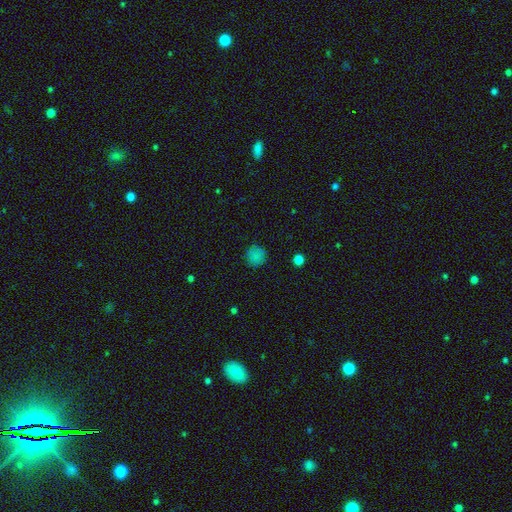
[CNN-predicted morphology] The model was most divided on "smooth or featured": smooth: 82%, star or artifact: 14%, featured or disk: 4%. More confident: how rounded — round (92%); merging — none (87%).